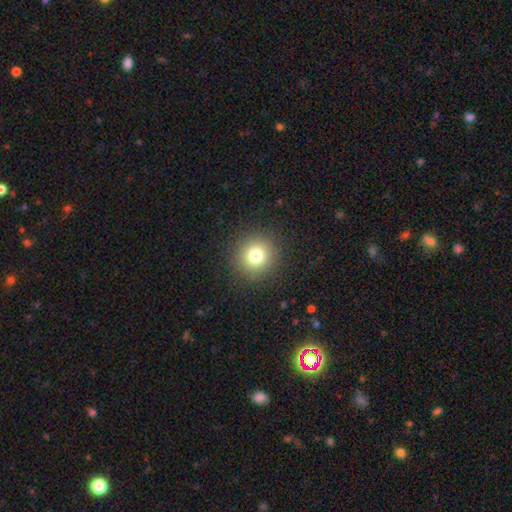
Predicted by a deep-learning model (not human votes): smooth_or_featured: smooth (p=0.78) [alt: star or artifact p=0.14]
how_rounded: round (p=0.92) [alt: in between p=0.07]
merging: none (p=0.90) [alt: minor disturbance p=0.06]